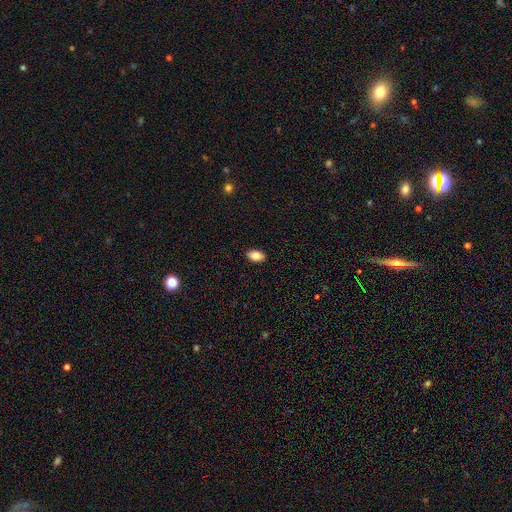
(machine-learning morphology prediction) smooth-or-featured: smooth: 82% | featured or disk: 9% | star or artifact: 8%
  how-rounded: in between: 89% | round: 9% | cigar-shaped: 2%
  merging: none: 89% | minor disturbance: 8% | major disturbance: 2% | merger: 1%